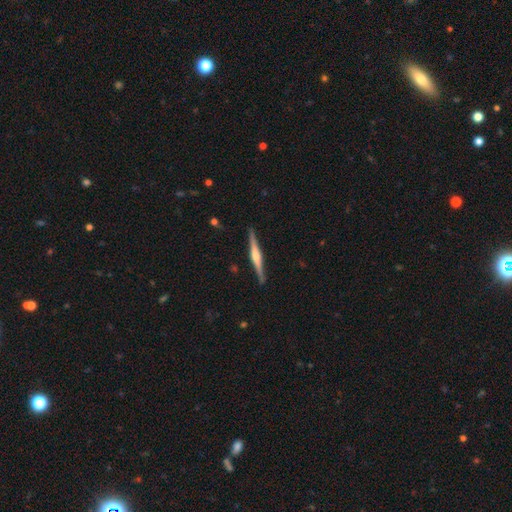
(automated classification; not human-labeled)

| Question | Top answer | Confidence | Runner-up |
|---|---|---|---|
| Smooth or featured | featured or disk | 76% | smooth (19%) |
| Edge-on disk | yes | 98% | no (2%) |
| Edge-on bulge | rounded | 77% | boxy (15%) |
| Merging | none | 91% | minor disturbance (7%) |